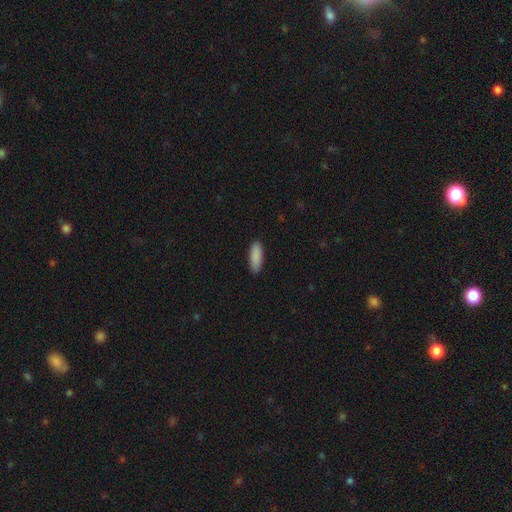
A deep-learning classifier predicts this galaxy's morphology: A smooth galaxy with no disk features (90%) that is in between round and cigar-shaped (66%).

Vote fractions:
- Smooth or featured? smooth: 90% / star or artifact: 6% / featured or disk: 4%
- How rounded? in between: 66% / cigar-shaped: 33% / round: 2%
- Merging? none: 86% / minor disturbance: 11% / major disturbance: 2% / merger: 1%